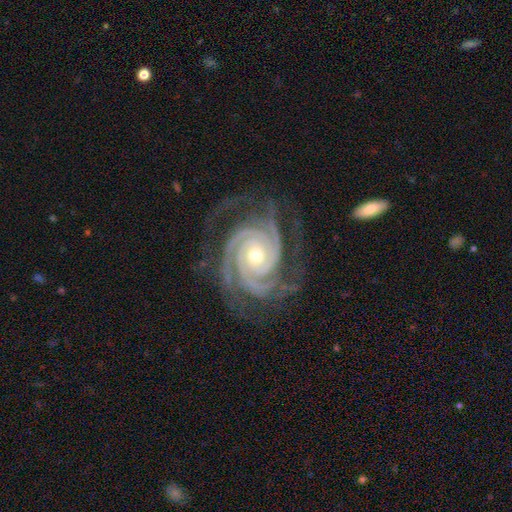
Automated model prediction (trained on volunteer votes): This is clearly a featured or disk galaxy (94%). It is clearly not viewed edge-on (98%). Bar: likely no (72%). Spiral arm pattern: clearly yes (99%). Spiral arm count: marginally 3 (38%). Spiral winding: clearly tight (80%). Central bulge: possibly small (54%). Merging: likely none (72%).